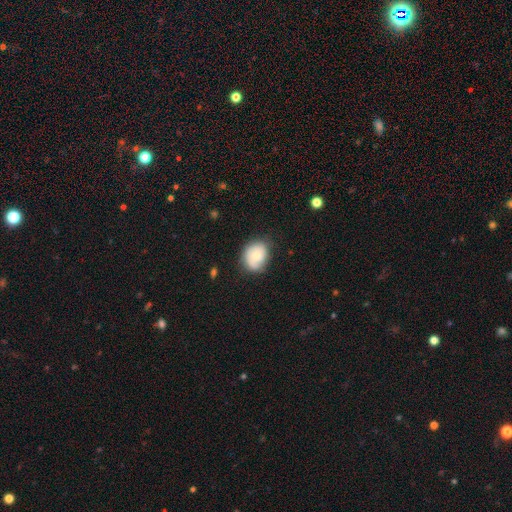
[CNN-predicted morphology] smooth_or_featured: smooth (p=0.68) [alt: featured or disk p=0.24]
how_rounded: round (p=0.51) [alt: in between p=0.48]
merging: none (p=0.66) [alt: minor disturbance p=0.26]